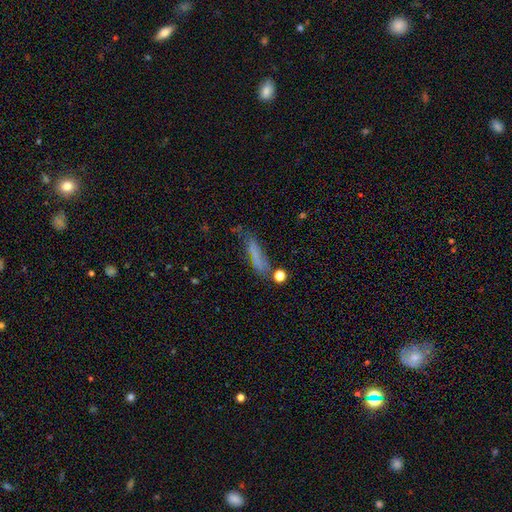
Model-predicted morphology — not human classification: smooth_or_featured: smooth (p=0.60) [alt: featured or disk p=0.26]
how_rounded: cigar-shaped (p=0.71) [alt: in between p=0.25]
merging: none (p=0.43) [alt: minor disturbance p=0.26]